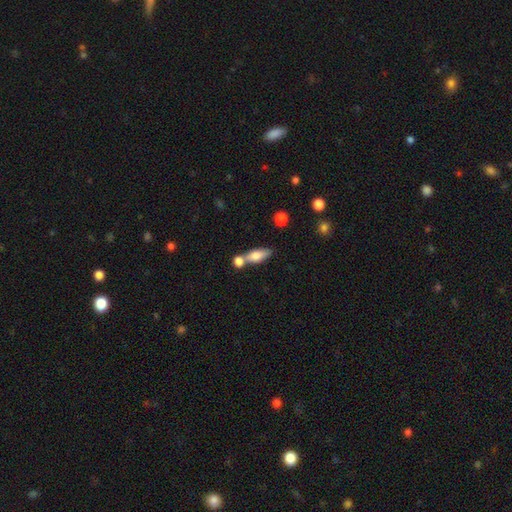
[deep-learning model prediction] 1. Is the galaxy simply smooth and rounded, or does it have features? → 73% smooth, 19% featured or disk, 7% star or artifact.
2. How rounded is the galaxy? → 69% in between, 26% cigar-shaped, 5% round.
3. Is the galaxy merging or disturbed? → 43% none, 42% merger, 11% minor disturbance, 4% major disturbance.